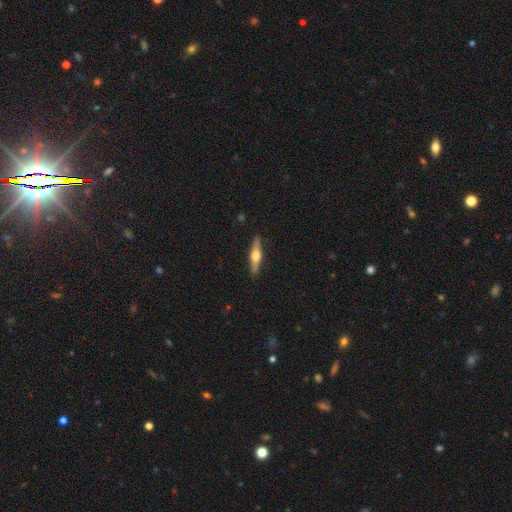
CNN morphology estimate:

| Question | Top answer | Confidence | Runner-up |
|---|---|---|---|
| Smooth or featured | featured or disk | 61% | smooth (33%) |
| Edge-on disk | yes | 96% | no (4%) |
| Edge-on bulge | rounded | 93% | boxy (5%) |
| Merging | none | 90% | minor disturbance (8%) |